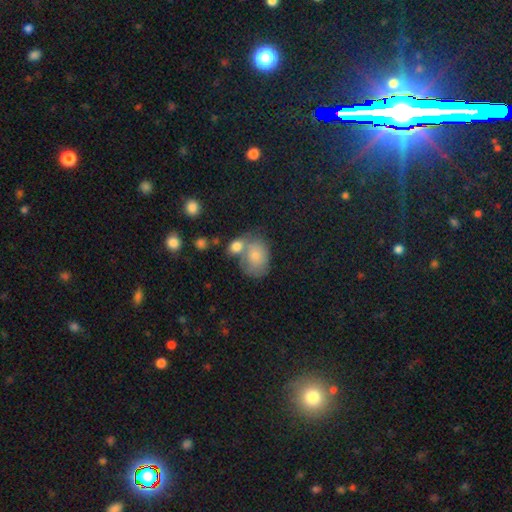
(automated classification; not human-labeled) A smooth galaxy with no disk features (74%) that is in between round and cigar-shaped (62%). Merging: merger (42%).